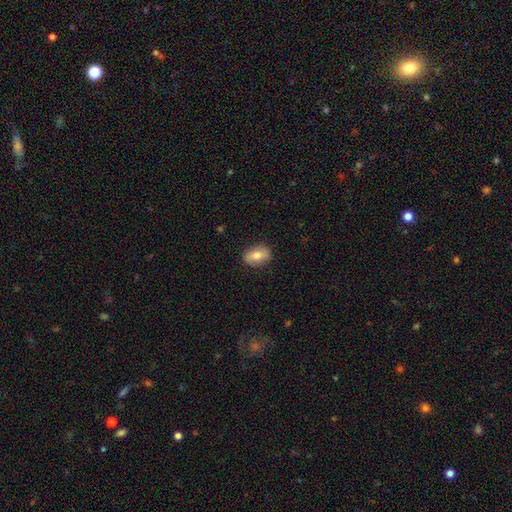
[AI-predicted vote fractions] The model was most divided on "smooth or featured": smooth: 72%, featured or disk: 21%, star or artifact: 7%. More confident: merging — none (84%); how rounded — in between (80%).